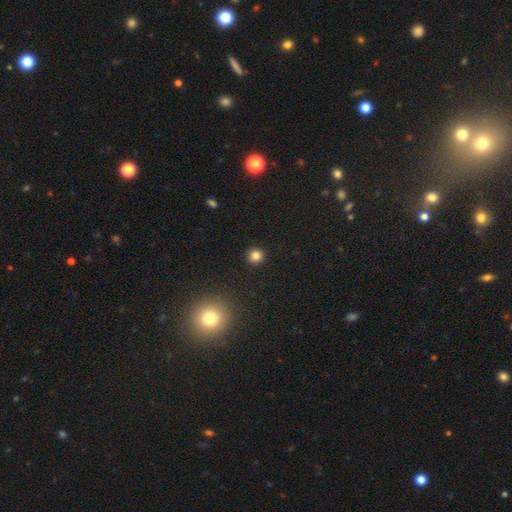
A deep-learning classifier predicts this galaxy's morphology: Smooth or featured? Predicted: smooth (p=0.83). How rounded? Predicted: round (p=0.92). Merging? Predicted: none (p=0.92).